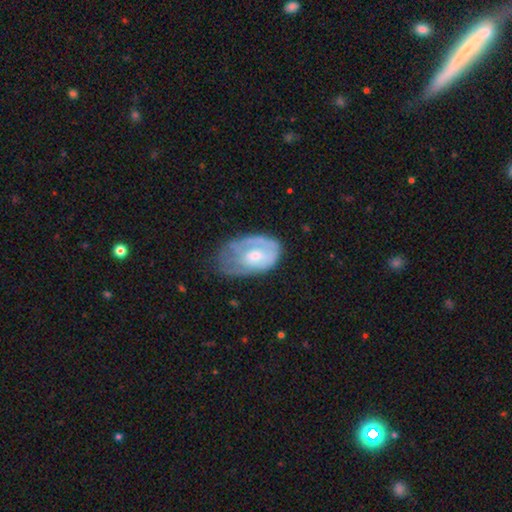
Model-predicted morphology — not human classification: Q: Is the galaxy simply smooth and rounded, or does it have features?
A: featured or disk — 57%.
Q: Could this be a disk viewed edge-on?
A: no — 95%.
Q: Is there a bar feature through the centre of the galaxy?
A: no — 71%.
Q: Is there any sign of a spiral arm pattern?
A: yes — 57%.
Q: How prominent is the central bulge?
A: moderate — 57%.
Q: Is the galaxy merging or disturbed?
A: none — 42%.